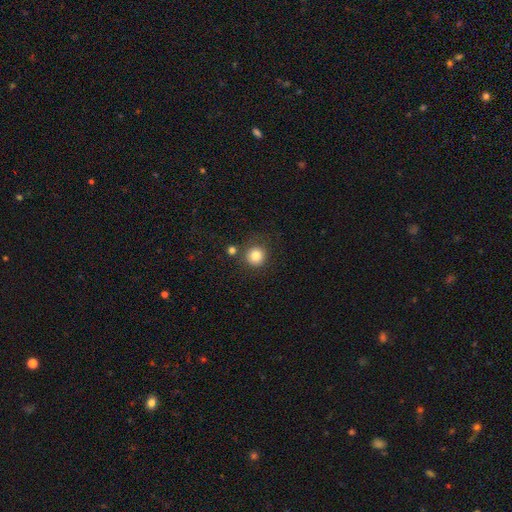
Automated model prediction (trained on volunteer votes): smooth 83%, star or artifact 11%, featured or disk 6%. Down the decision tree: how rounded — round (93%); merging — none (79%).